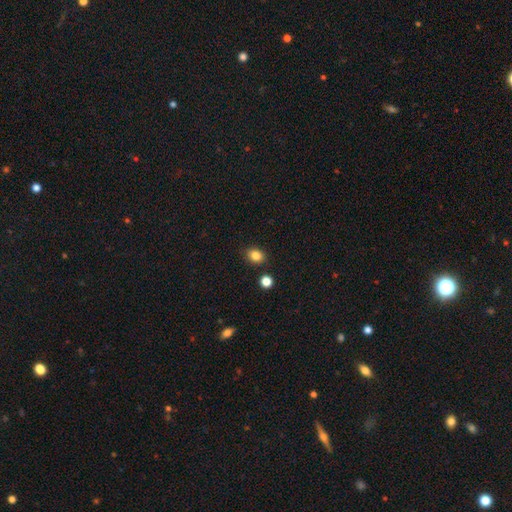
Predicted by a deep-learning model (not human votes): Smooth or featured? Predicted: smooth (p=0.84). How rounded? Predicted: round (p=0.51). Merging? Predicted: none (p=0.85).